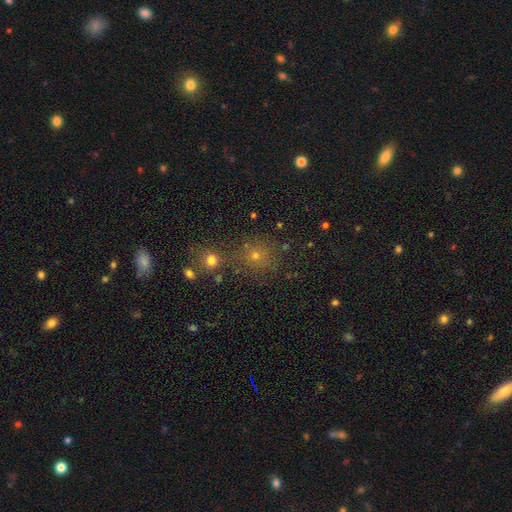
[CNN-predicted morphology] smooth_or_featured: smooth (p=0.57) [alt: star or artifact p=0.34]
how_rounded: round (p=0.90) [alt: in between p=0.09]
merging: none (p=0.74) [alt: merger p=0.13]